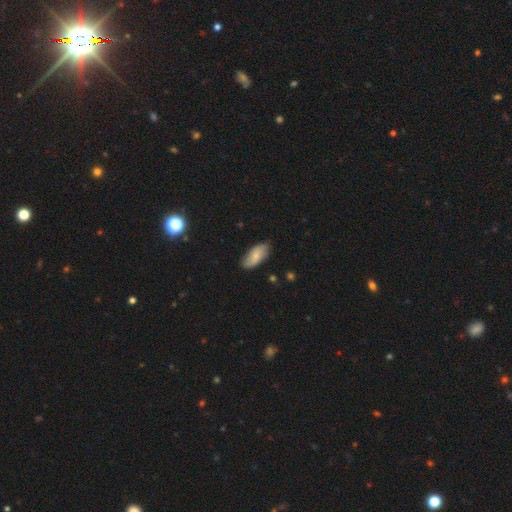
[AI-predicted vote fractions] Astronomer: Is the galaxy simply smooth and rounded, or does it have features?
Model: smooth — 68%.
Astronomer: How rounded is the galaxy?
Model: in between — 88%.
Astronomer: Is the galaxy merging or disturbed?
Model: none — 77%.